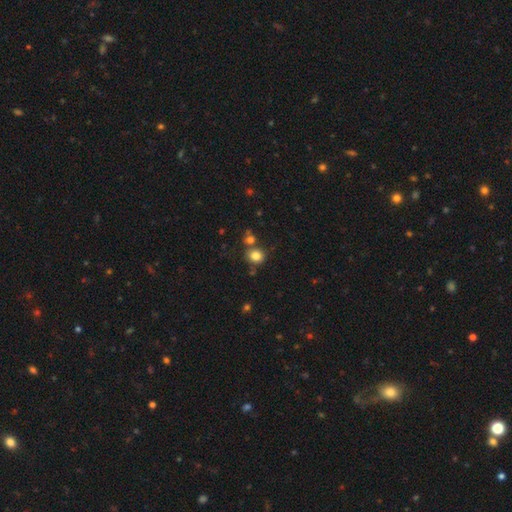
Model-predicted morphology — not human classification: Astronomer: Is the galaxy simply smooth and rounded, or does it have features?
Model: smooth — 81%.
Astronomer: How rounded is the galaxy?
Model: round — 77%.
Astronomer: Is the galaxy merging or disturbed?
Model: none — 69%.